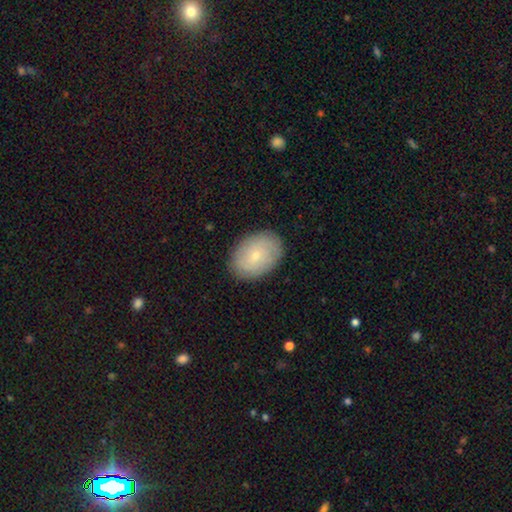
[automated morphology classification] A smooth galaxy with no disk features (67%) that is in between round and cigar-shaped (79%).

Vote fractions:
- Smooth or featured? smooth: 67% / featured or disk: 26% / star or artifact: 7%
- How rounded? in between: 79% / round: 20% / cigar-shaped: 1%
- Merging? none: 86% / minor disturbance: 11% / major disturbance: 3% / merger: 1%